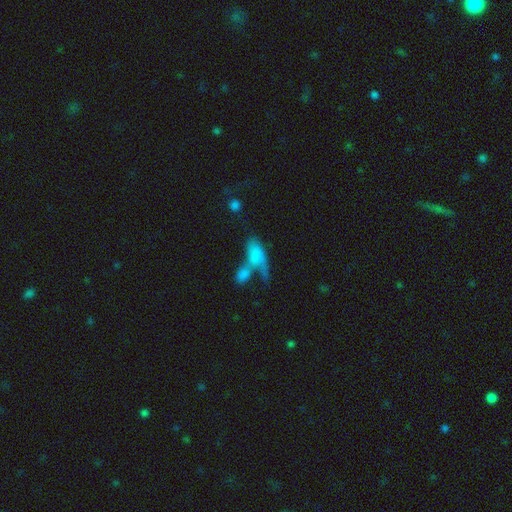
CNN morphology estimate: smooth_or_featured: smooth (p=0.67) [alt: featured or disk p=0.23]
how_rounded: in between (p=0.84) [alt: cigar-shaped p=0.10]
merging: merger (p=0.58) [alt: major disturbance p=0.17]